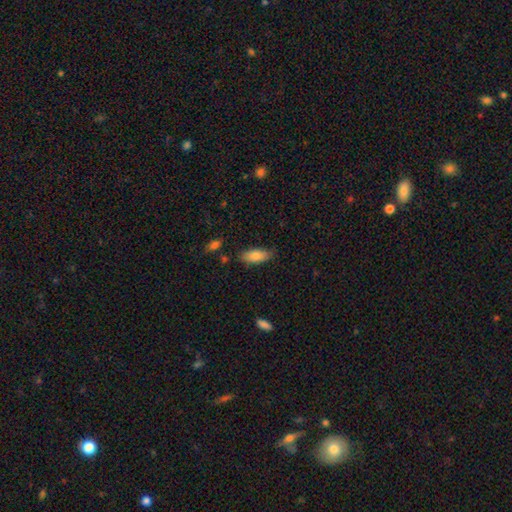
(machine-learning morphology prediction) Smooth or featured?
  - smooth: 82% *
  - featured or disk: 11%
  - star or artifact: 7%
How rounded?
  - in between: 81% *
  - cigar-shaped: 17%
  - round: 2%
Merging?
  - none: 80% *
  - minor disturbance: 15%
  - major disturbance: 3%
  - merger: 2%